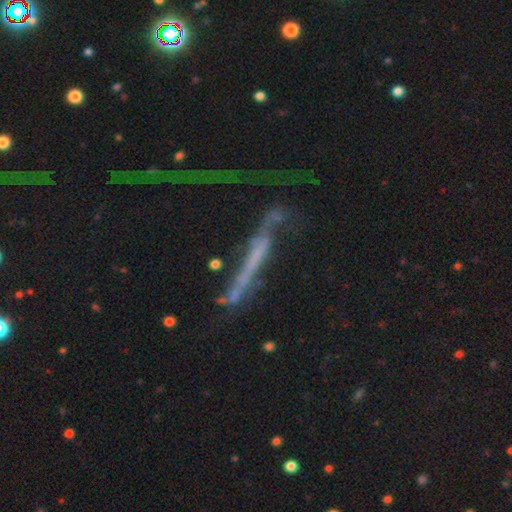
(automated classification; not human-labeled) This is likely a featured or disk galaxy (62%). It is likely viewed edge-on (66%). Merging: marginally major disturbance (41%).